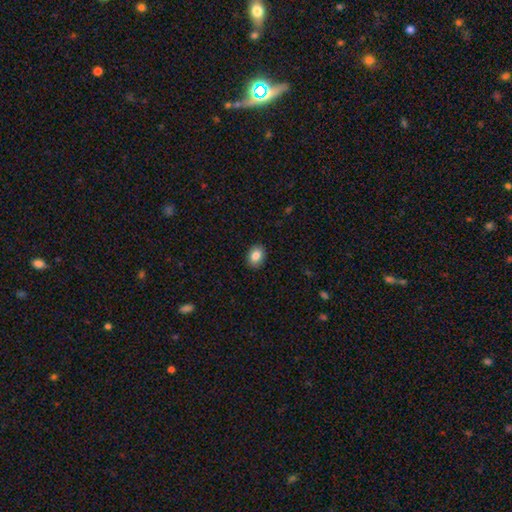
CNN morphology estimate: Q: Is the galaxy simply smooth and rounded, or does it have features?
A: smooth — 86%.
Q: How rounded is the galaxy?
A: in between — 64%.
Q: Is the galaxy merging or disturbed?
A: none — 90%.